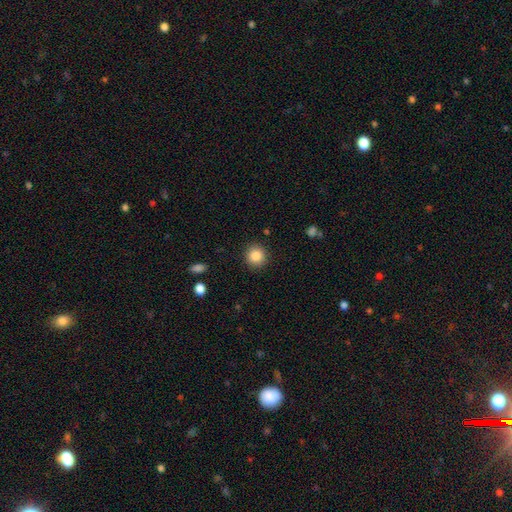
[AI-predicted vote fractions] A smooth galaxy with no disk features (86%) that is round (92%).

Vote fractions:
- Smooth or featured? smooth: 86% / star or artifact: 9% / featured or disk: 5%
- How rounded? round: 92% / in between: 7% / cigar-shaped: 1%
- Merging? none: 90% / minor disturbance: 6% / major disturbance: 2% / merger: 1%